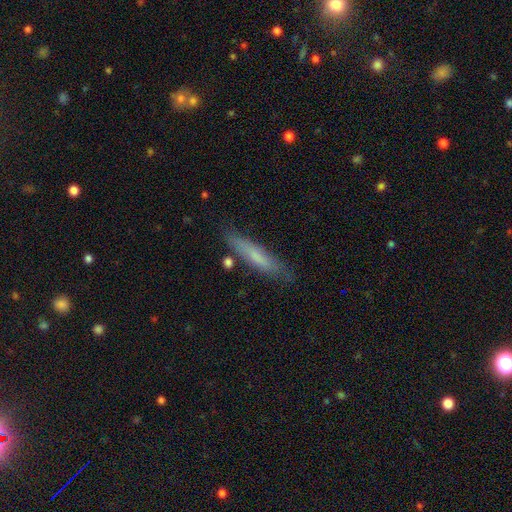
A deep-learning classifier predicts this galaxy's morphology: Smooth or featured? smooth (64%)
How rounded? cigar-shaped (86%)
Merging? none (77%)